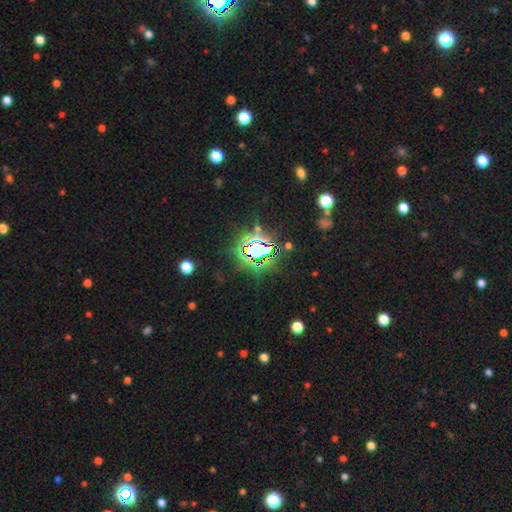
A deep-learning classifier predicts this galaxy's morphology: Smooth or featured? star or artifact (77%)